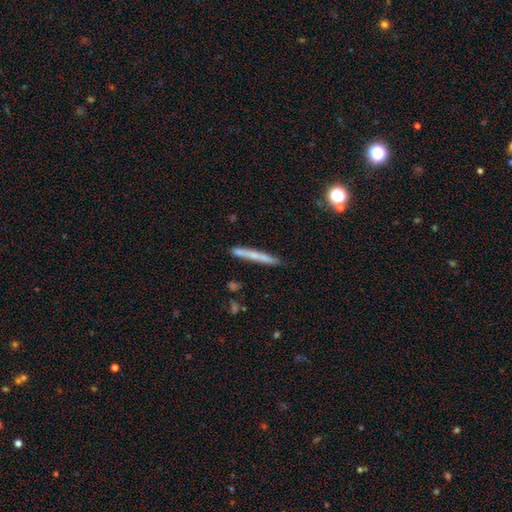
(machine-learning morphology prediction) Overall: smooth (59%; featured or disk 34%). How rounded: cigar-shaped (96%). Merging: none (82%).